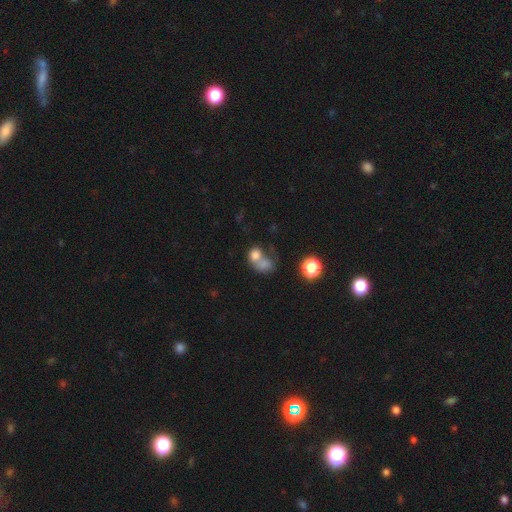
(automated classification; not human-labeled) Morphology: type=smooth (67%); roundness=round (53%); merging=merger (58%).